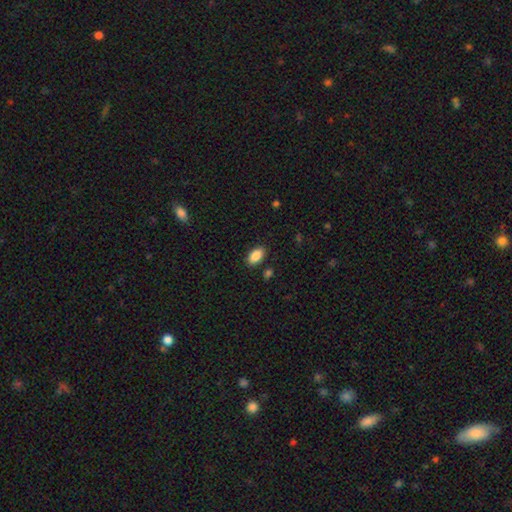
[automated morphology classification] Q: Smooth or featured?
A: smooth (87%); runner-up: star or artifact (7%)
Q: How rounded?
A: in between (93%); runner-up: round (4%)
Q: Merging?
A: none (87%); runner-up: minor disturbance (9%)